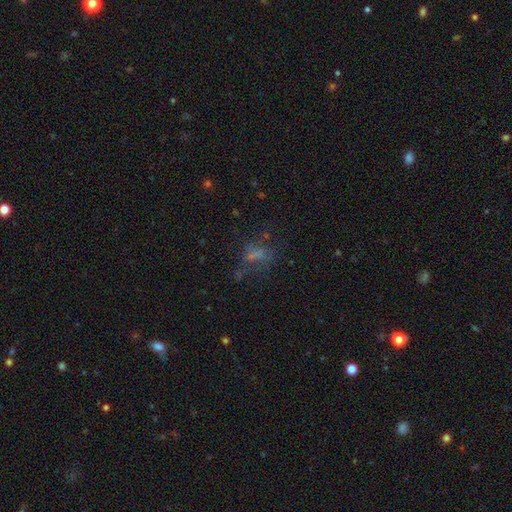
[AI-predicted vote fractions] Overall: smooth (45%; star or artifact 31%). Merging: none (49%; major disturbance 26%).